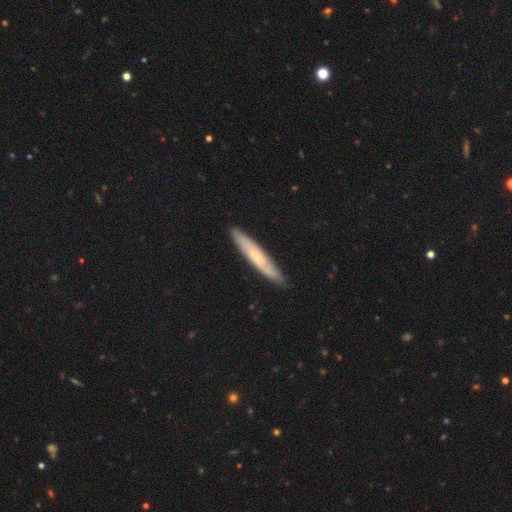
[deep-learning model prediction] The model was most divided on "smooth or featured": smooth: 51%, featured or disk: 42%, star or artifact: 6%. More confident: how rounded — cigar-shaped (92%); merging — none (89%).